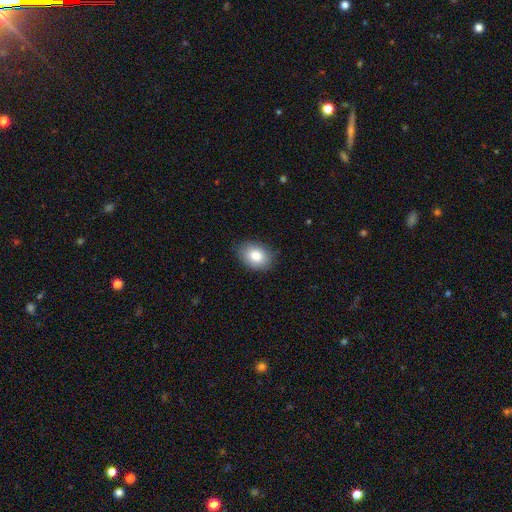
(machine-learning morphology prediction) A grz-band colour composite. It shows a smooth galaxy with no disk features (83%) that is in between round and cigar-shaped (76%). Merging: none (84%).